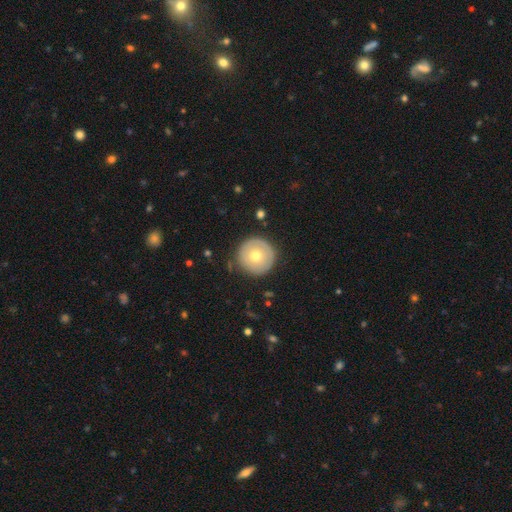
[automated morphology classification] smooth_or_featured: smooth (p=0.64) [alt: featured or disk p=0.28]
how_rounded: round (p=0.96) [alt: in between p=0.03]
merging: none (p=0.85) [alt: minor disturbance p=0.10]